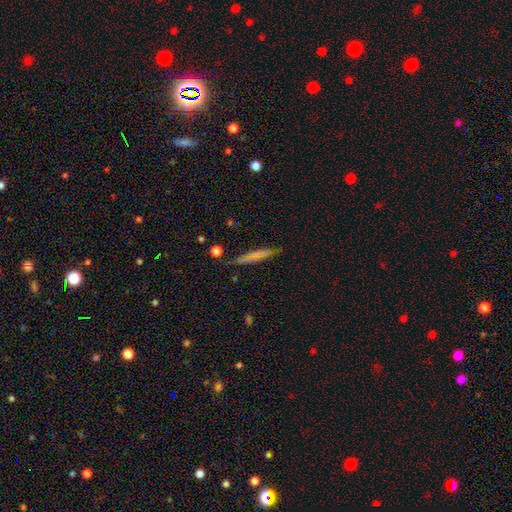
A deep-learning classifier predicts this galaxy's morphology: Smooth or featured? smooth (59%)
How rounded? cigar-shaped (93%)
Merging? none (80%)